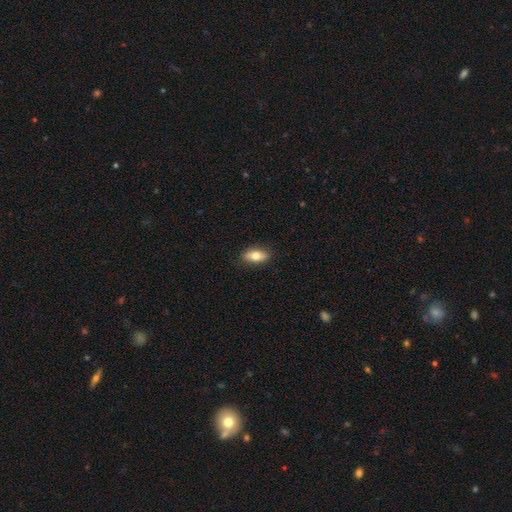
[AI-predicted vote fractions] Smooth or featured?
  - smooth: 74% *
  - featured or disk: 19%
  - star or artifact: 7%
How rounded?
  - in between: 85% *
  - cigar-shaped: 10%
  - round: 5%
Merging?
  - none: 86% *
  - minor disturbance: 11%
  - major disturbance: 2%
  - merger: 1%